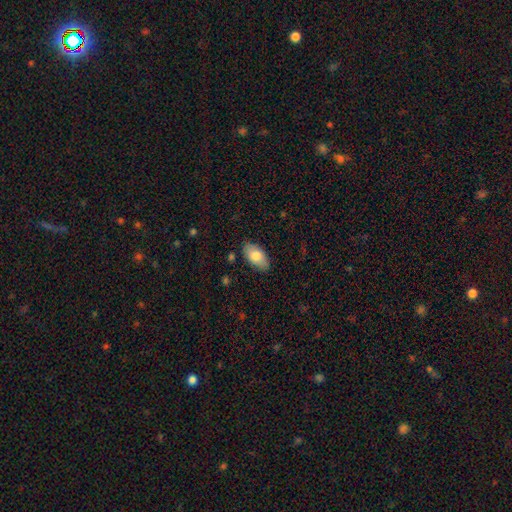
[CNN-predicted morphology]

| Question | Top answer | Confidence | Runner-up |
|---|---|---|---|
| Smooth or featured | smooth | 80% | featured or disk (14%) |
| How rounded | in between | 94% | round (3%) |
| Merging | none | 85% | minor disturbance (12%) |